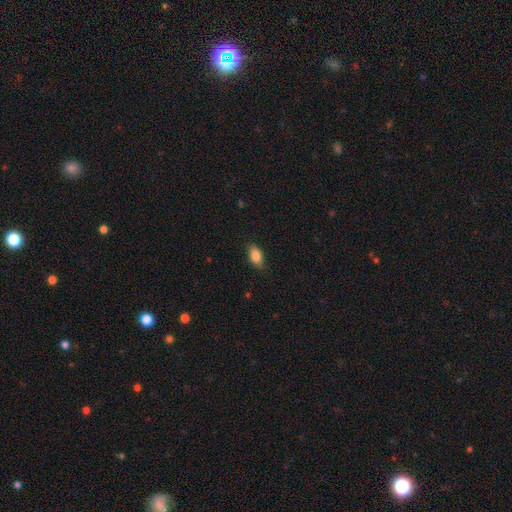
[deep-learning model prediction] Smooth or featured?
  - smooth: 86% *
  - star or artifact: 7%
  - featured or disk: 6%
How rounded?
  - in between: 90% *
  - cigar-shaped: 5%
  - round: 5%
Merging?
  - none: 84% *
  - minor disturbance: 12%
  - major disturbance: 2%
  - merger: 1%